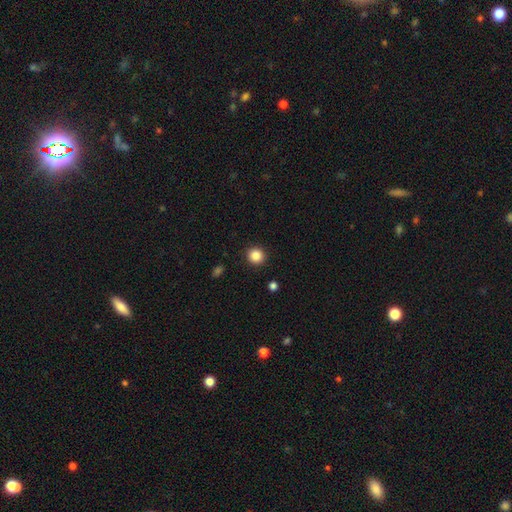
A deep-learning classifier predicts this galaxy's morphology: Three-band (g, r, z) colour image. It shows a smooth galaxy with no disk features (86%) that is round (93%). Merging: none (92%).